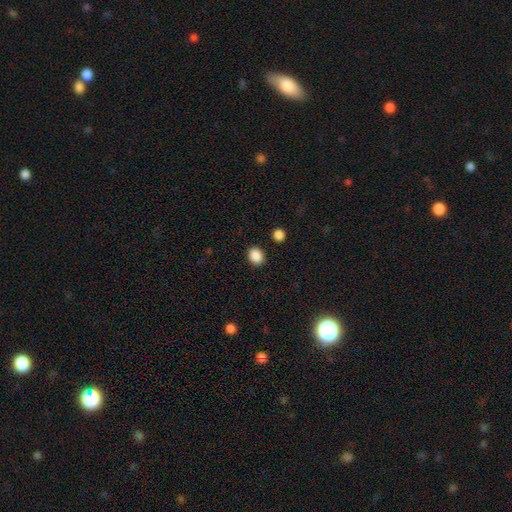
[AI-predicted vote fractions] smooth-or-featured: smooth: 88% | star or artifact: 9% | featured or disk: 3%
  how-rounded: in between: 50% (tied) | round: 50% (tied) | cigar-shaped: 1%
  merging: none: 88% | minor disturbance: 8% | major disturbance: 2% | merger: 2%